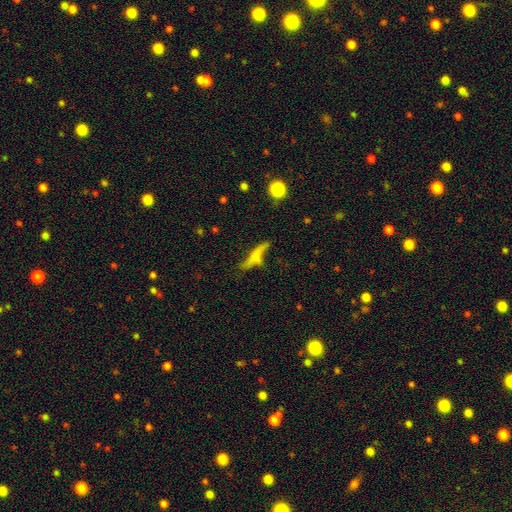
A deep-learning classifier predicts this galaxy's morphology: The model was most divided on "smooth or featured": smooth: 52%, featured or disk: 38%, star or artifact: 11%. Remaining: how rounded — cigar-shaped (79%); merging — none (50%).